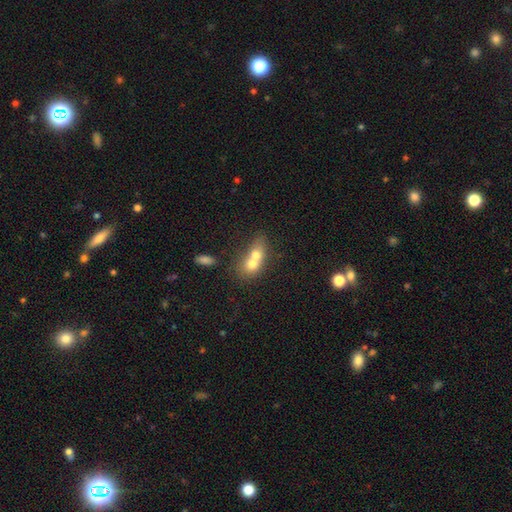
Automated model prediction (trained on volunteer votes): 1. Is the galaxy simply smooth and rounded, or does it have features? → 64% smooth, 27% featured or disk, 9% star or artifact.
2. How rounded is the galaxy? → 53% in between, 43% round, 4% cigar-shaped.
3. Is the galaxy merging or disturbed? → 75% merger, 16% none, 5% minor disturbance, 3% major disturbance.